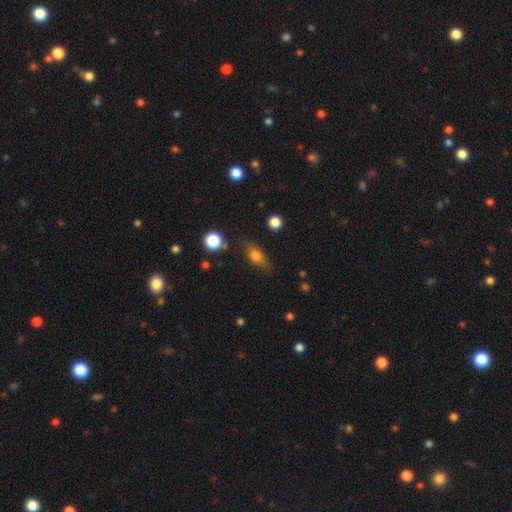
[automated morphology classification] Smooth or featured? Predicted: smooth (p=0.74). How rounded? Predicted: in between (p=0.73). Merging? Predicted: none (p=0.71).